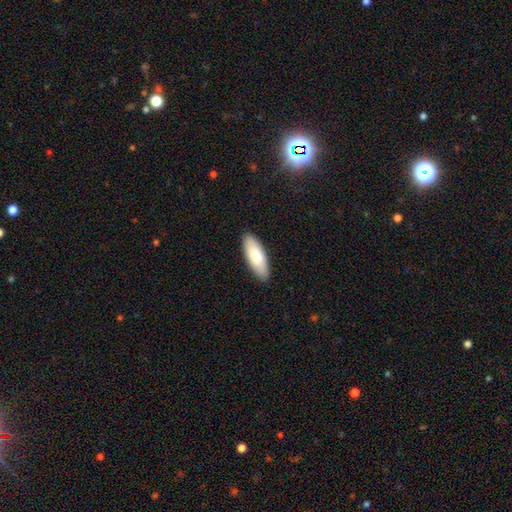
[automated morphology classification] Overall: smooth (84%). How rounded: in between (71%). Merging: none (89%).